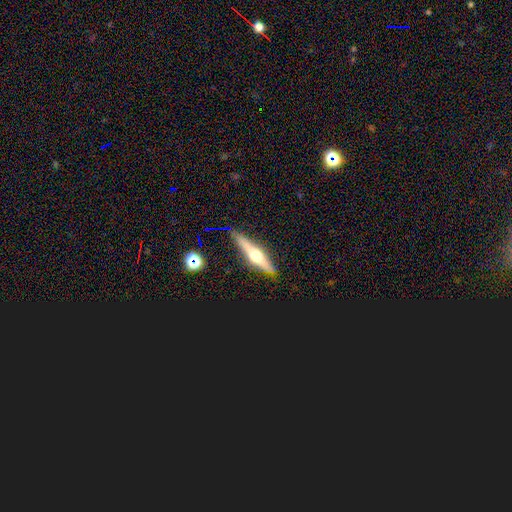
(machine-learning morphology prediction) Smooth or featured?
  - featured or disk: 66% *
  - smooth: 27%
  - star or artifact: 7%
Edge-on disk?
  - yes: 96% *
  - no: 4%
Edge-on bulge?
  - rounded: 93% *
  - boxy: 4%
  - none: 3%
Merging?
  - none: 85% *
  - minor disturbance: 11%
  - major disturbance: 2%
  - merger: 2%